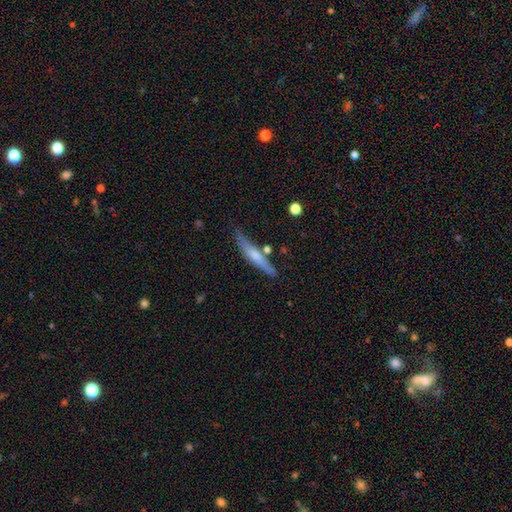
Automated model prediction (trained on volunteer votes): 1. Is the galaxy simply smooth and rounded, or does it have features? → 48% smooth, 46% featured or disk, 6% star or artifact.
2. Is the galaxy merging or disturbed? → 73% none, 17% minor disturbance, 7% merger, 4% major disturbance.